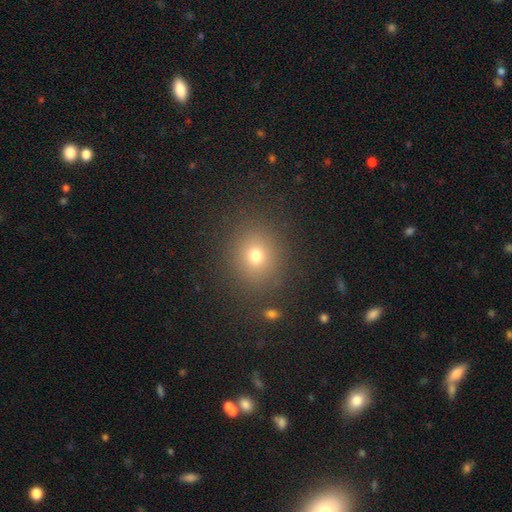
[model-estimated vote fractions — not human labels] A smooth galaxy with no disk features (72%) that is round (80%).

Vote fractions:
- Smooth or featured? smooth: 72% / star or artifact: 18% / featured or disk: 10%
- How rounded? round: 80% / in between: 20% / cigar-shaped: 1%
- Merging? none: 86% / minor disturbance: 8% / major disturbance: 4% / merger: 2%